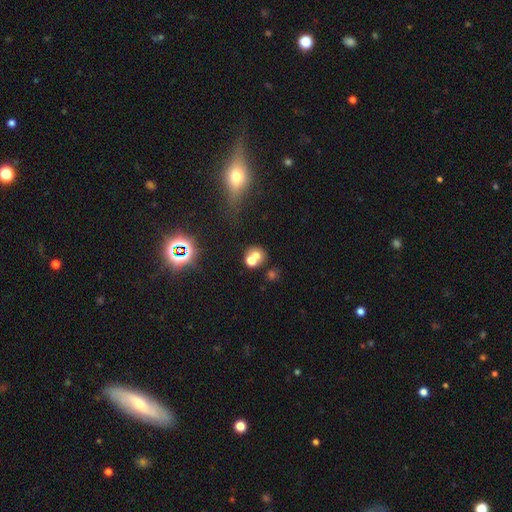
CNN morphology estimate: Smooth or featured? Predicted: smooth (p=0.62). How rounded? Predicted: round (p=0.77). Merging? Predicted: merger (p=0.50).